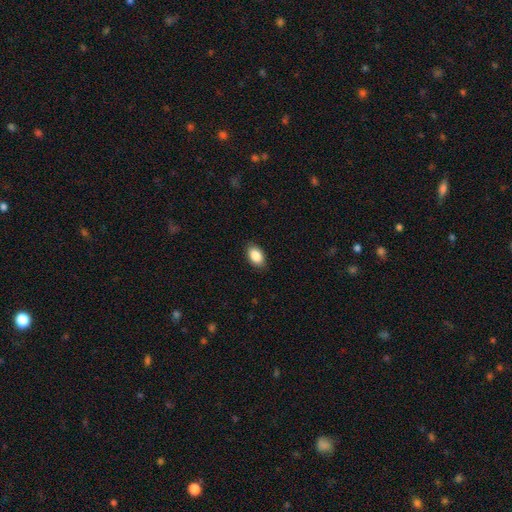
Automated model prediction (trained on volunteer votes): Smooth or featured? Predicted: smooth (p=0.88). How rounded? Predicted: in between (p=0.91). Merging? Predicted: none (p=0.88).